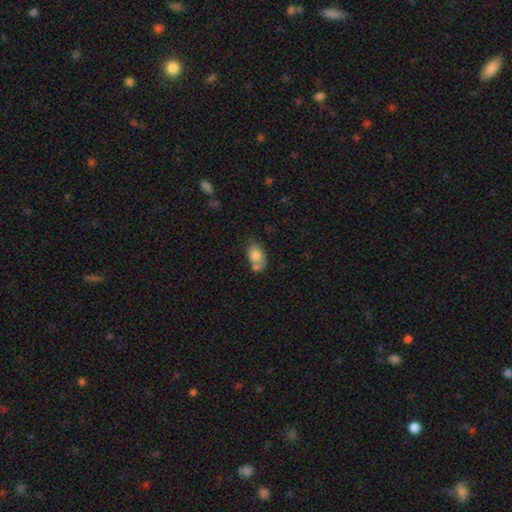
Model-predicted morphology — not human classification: smooth_or_featured: smooth (p=0.79) [alt: featured or disk p=0.13]
how_rounded: in between (p=0.83) [alt: round p=0.16]
merging: none (p=0.42) [alt: merger p=0.33]